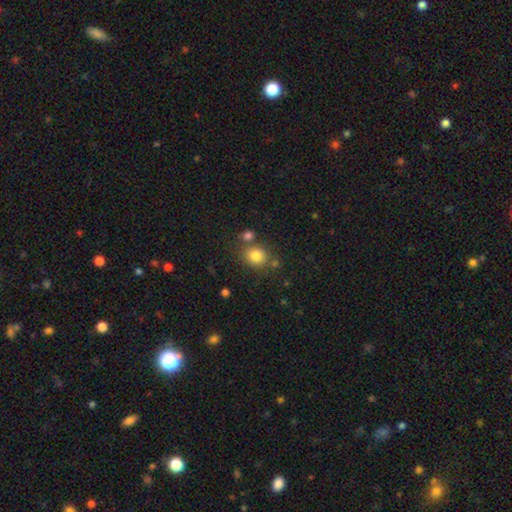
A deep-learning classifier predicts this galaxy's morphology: Overall: smooth (82%). How rounded: round (72%). Merging: none (67%).